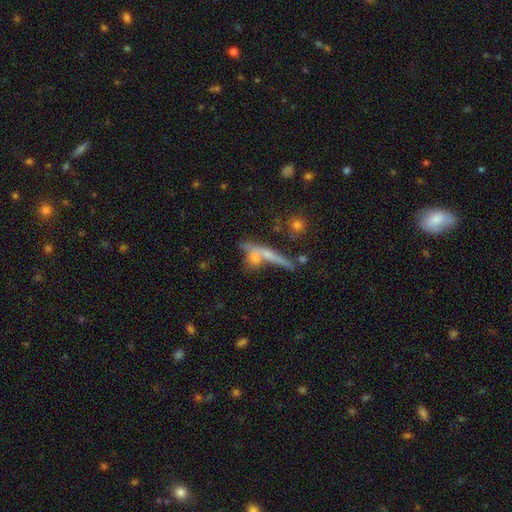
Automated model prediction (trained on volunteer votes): smooth-or-featured: featured or disk: 43% (tied) | smooth: 43% (tied) | star or artifact: 13%
  merging: none: 49% | merger: 30% | minor disturbance: 13% | major disturbance: 8%